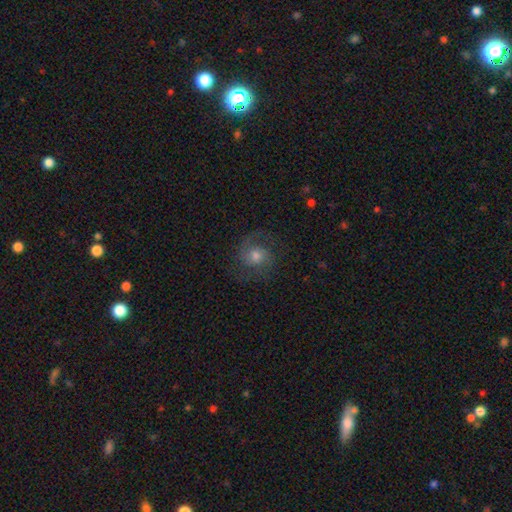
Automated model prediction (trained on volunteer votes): smooth-or-featured: featured or disk: 74% | smooth: 17% | star or artifact: 10%
  disk-edge-on: no: 98% | yes: 2%
    bar: no: 68% | weak: 27% | strong: 4%
    has-spiral-arms: yes: 95% | no: 5%
      spiral-winding: medium: 54% | tight: 23% | loose: 23%
      spiral-arm-count: 2: 87% | can't tell: 4% | 1: 4% | 3: 2% | 4: 1% | more than 4: 1%
    bulge-size: moderate: 60% | small: 26% | large: 10% | none: 3% | dominant: 2%
  merging: none: 77% | minor disturbance: 14% | major disturbance: 8% | merger: 1%